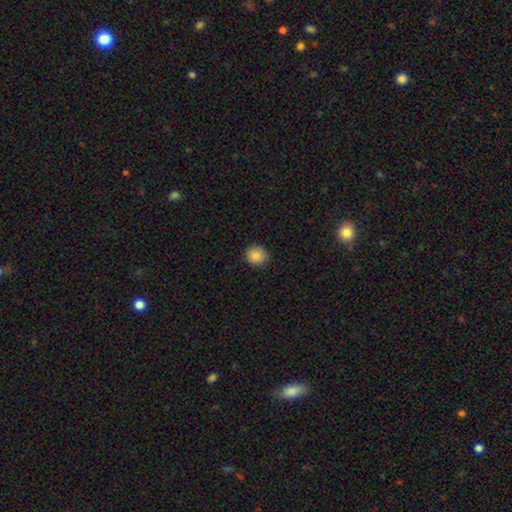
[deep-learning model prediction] smooth 88%, star or artifact 9%, featured or disk 3%. Down the decision tree: how rounded — round (87%); merging — none (89%).